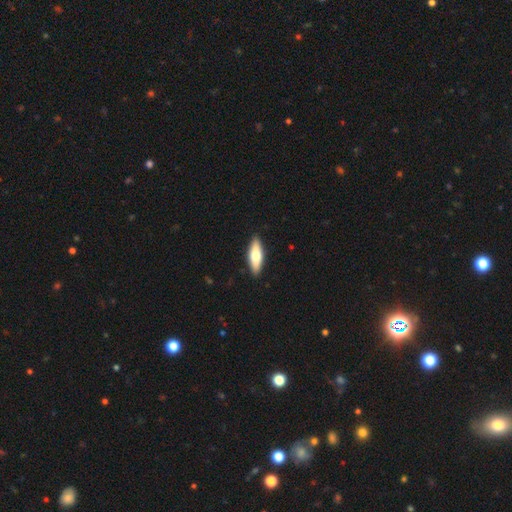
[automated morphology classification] Smooth or featured? smooth (63%)
How rounded? in between (59%)
Merging? none (90%)